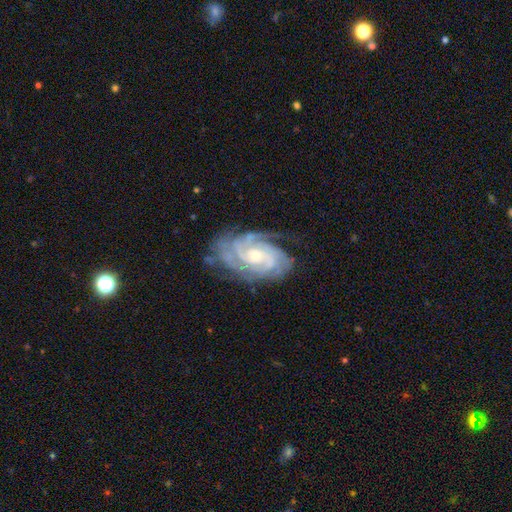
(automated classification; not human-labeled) Smooth or featured? Predicted: featured or disk (p=0.90). Edge-on disk? Predicted: no (p=0.97). Bar? Predicted: no (p=0.65). Spiral arms? Predicted: yes (p=0.98). Spiral winding? Predicted: tight (p=0.72). Spiral arm count? Predicted: 3 (p=0.29). Bulge size? Predicted: small (p=0.57). Merging? Predicted: none (p=0.72).